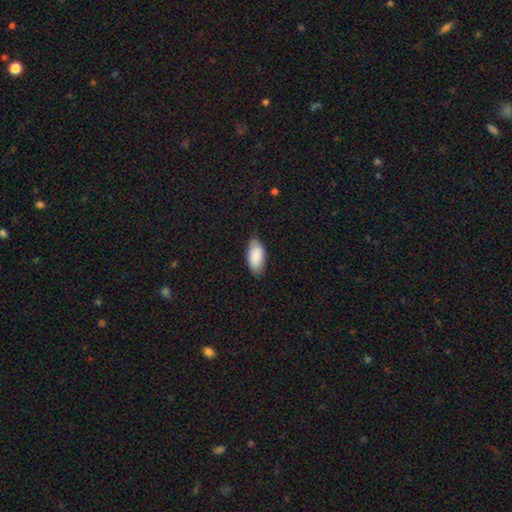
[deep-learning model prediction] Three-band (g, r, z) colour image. It shows a smooth galaxy with no disk features (87%) that is in between round and cigar-shaped (92%). Merging: none (77%).